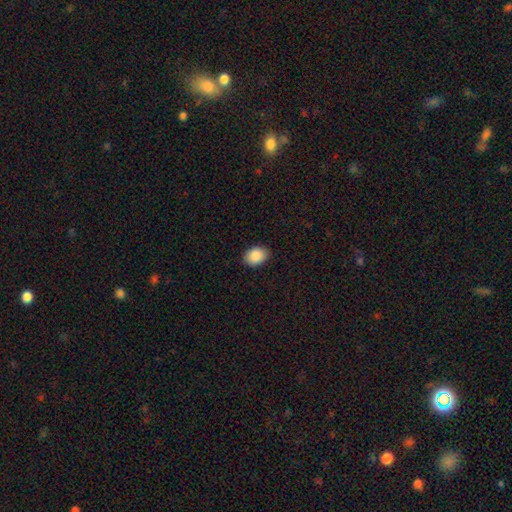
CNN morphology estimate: type=smooth (89%); roundness=in between (73%); merging=none (88%).